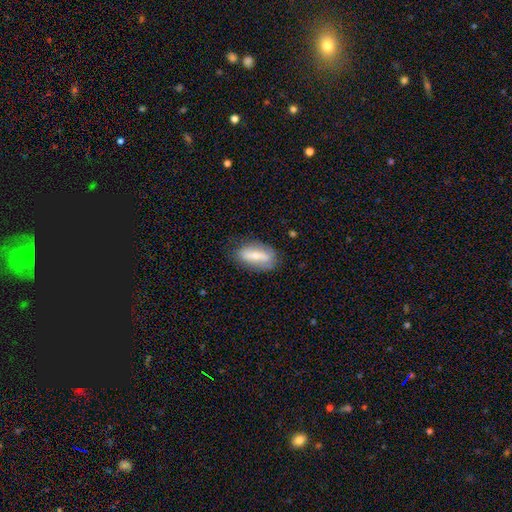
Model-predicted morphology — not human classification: This appears to be a smooth galaxy with no disk features (54%) that is in between round and cigar-shaped (77%). Merging: none (77%).